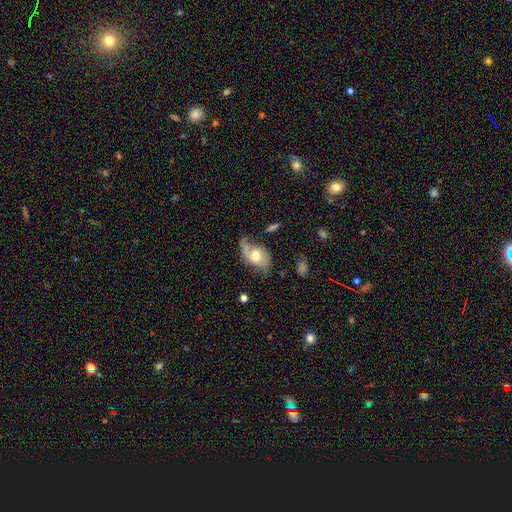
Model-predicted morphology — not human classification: smooth-or-featured: featured or disk: 58% | smooth: 35% | star or artifact: 7%
  disk-edge-on: no: 92% | yes: 8%
    bar: no: 53% | weak: 37% | strong: 9%
    has-spiral-arms: yes: 78% | no: 22%
    bulge-size: moderate: 63% | large: 23% | small: 10% | none: 2% | dominant: 2%
  merging: none: 51% | minor disturbance: 30% | major disturbance: 15% | merger: 4%